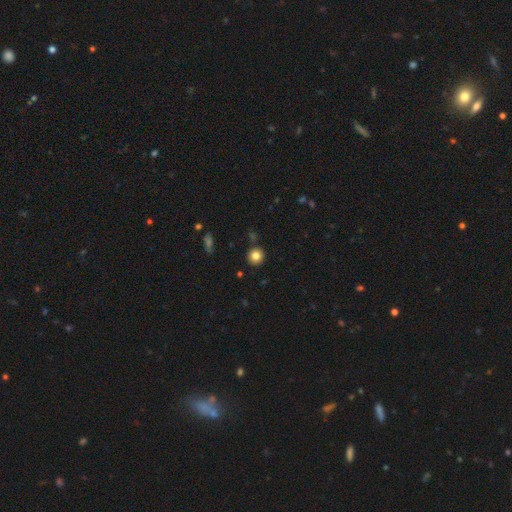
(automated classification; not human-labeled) The model was most divided on "smooth or featured": smooth: 82%, star or artifact: 11%, featured or disk: 7%. More confident: how rounded — round (92%); merging — none (88%).